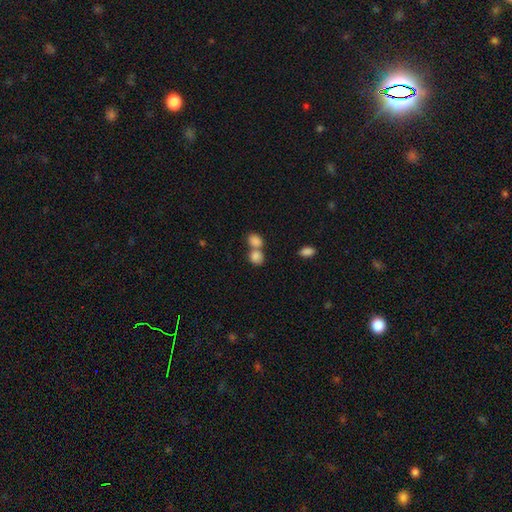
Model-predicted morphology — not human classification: Smooth or featured? smooth (84%)
How rounded? round (51%)
Merging? merger (57%)